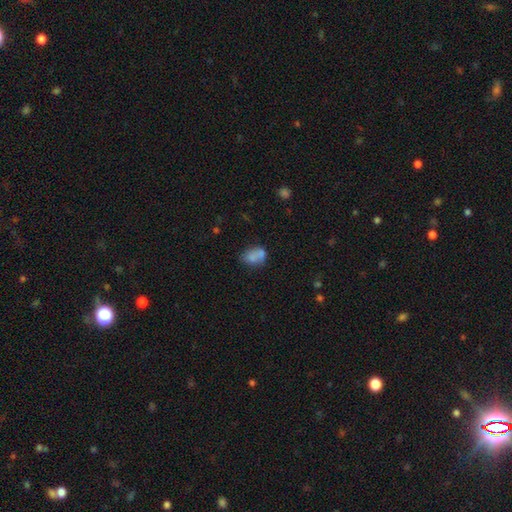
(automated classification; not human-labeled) smooth_or_featured: smooth (p=0.72) [alt: featured or disk p=0.17]
how_rounded: in between (p=0.70) [alt: round p=0.29]
merging: merger (p=0.38) [alt: none p=0.36]